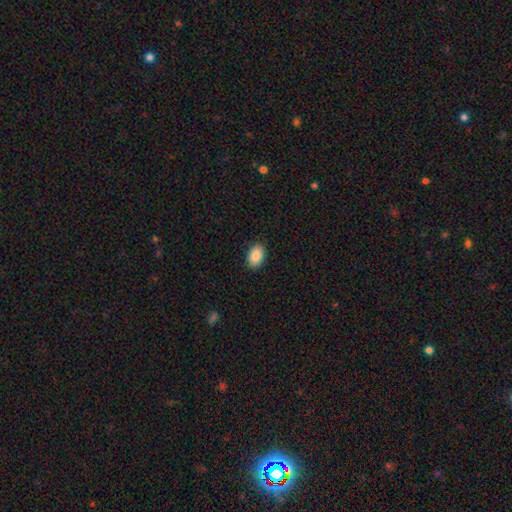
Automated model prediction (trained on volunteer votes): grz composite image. It shows a smooth galaxy with no disk features (89%) that is in between round and cigar-shaped (90%). Merging: none (89%).